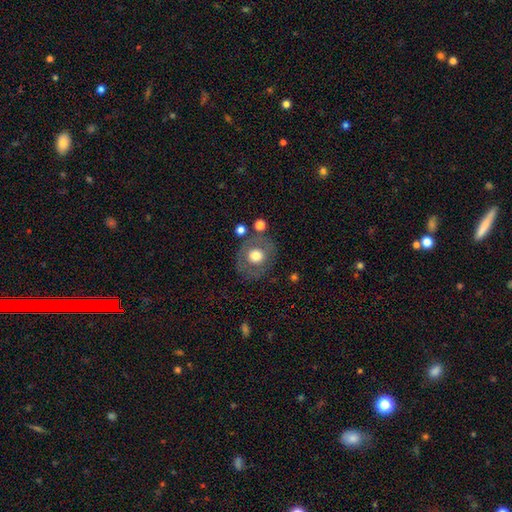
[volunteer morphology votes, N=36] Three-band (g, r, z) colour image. It shows a smooth galaxy with no disk features (69%) that is round (80%). Merging: none (56%).